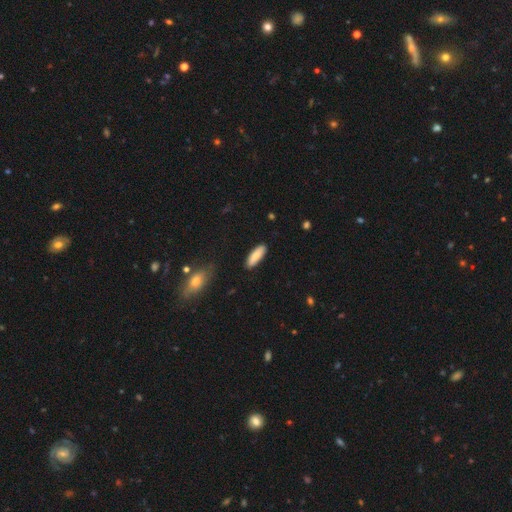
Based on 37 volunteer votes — Smooth or featured? 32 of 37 (86%) said smooth. How rounded? 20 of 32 (62%) said cigar-shaped. Merging? 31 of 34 (91%) said none.